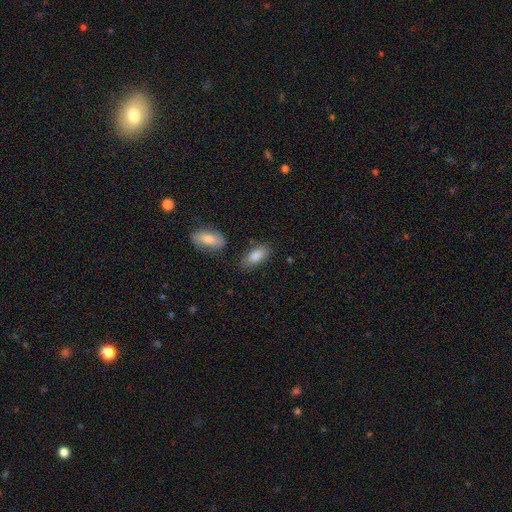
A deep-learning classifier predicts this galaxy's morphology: Smooth or featured: smooth — 84% (featured or disk — 9%)
How rounded: in between — 89% (cigar-shaped — 8%)
Merging: none — 76% (minor disturbance — 15%)